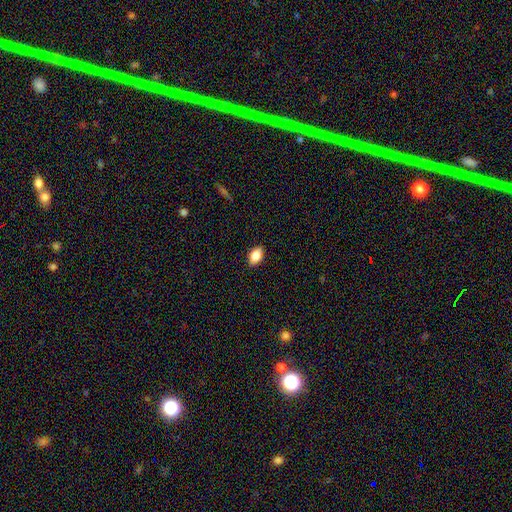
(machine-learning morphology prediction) Q: Smooth or featured?
A: smooth (83%); runner-up: featured or disk (9%)
Q: How rounded?
A: in between (89%); runner-up: round (8%)
Q: Merging?
A: none (88%); runner-up: minor disturbance (9%)